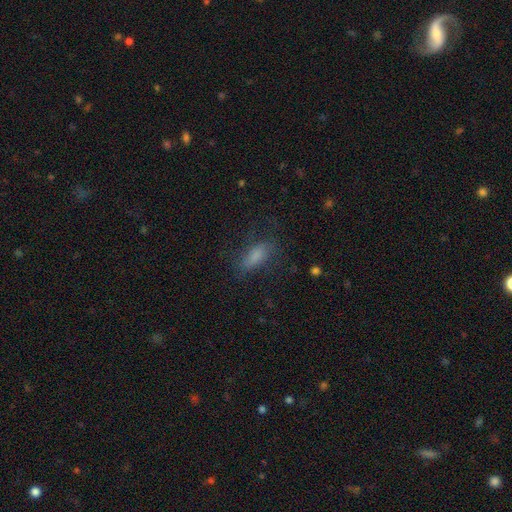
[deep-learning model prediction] smooth-or-featured: smooth: 71% | featured or disk: 17% | star or artifact: 12%
  how-rounded: in between: 67% | cigar-shaped: 29% | round: 4%
  merging: none: 66% | minor disturbance: 20% | major disturbance: 12% | merger: 2%